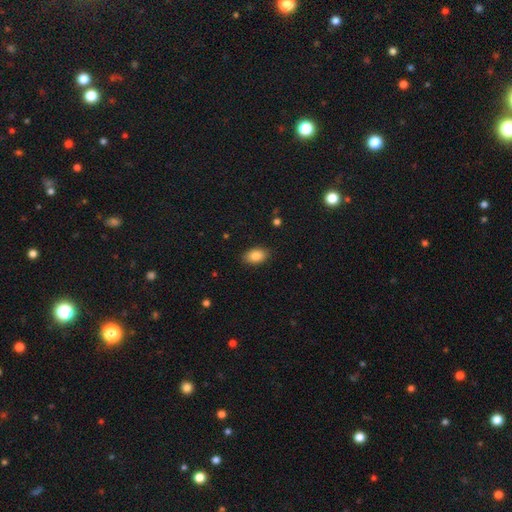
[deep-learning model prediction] Smooth or featured? smooth (85%)
How rounded? in between (88%)
Merging? none (87%)